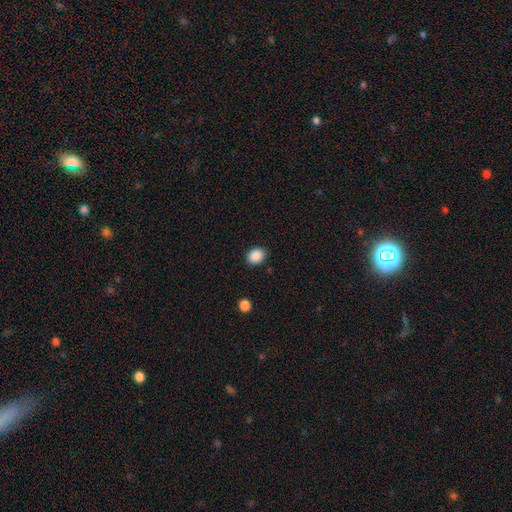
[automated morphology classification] type=smooth (89%); roundness=round (55%); merging=none (89%).